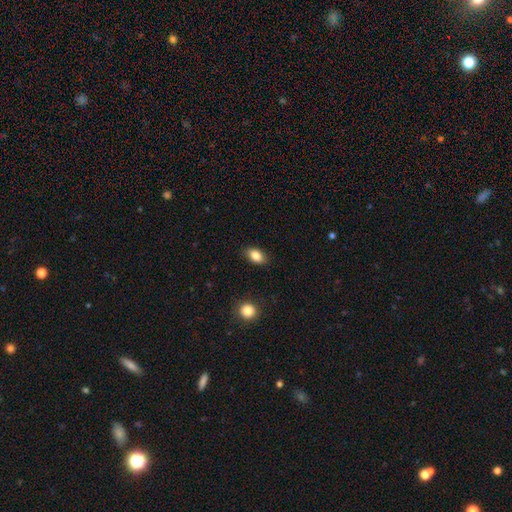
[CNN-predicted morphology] Smooth or featured? Predicted: smooth (p=0.85). How rounded? Predicted: in between (p=0.87). Merging? Predicted: none (p=0.87).